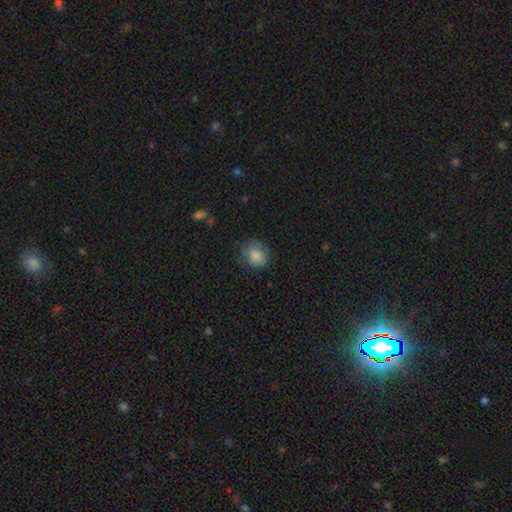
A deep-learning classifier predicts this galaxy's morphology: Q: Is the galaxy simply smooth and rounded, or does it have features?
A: smooth — 80%.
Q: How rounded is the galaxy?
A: round — 68%.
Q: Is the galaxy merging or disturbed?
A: none — 65%.